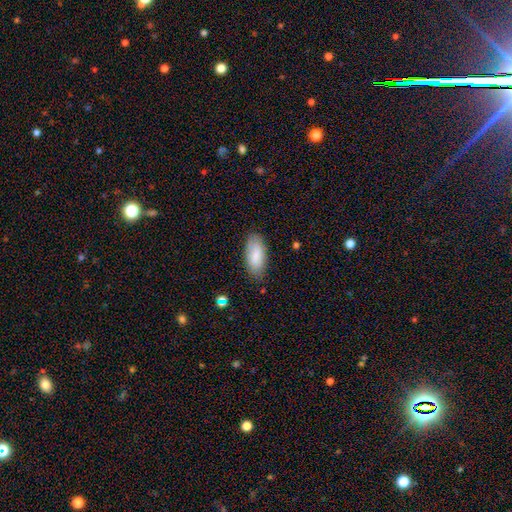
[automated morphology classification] A smooth galaxy with no disk features (80%) that is in between round and cigar-shaped (87%). Merging: none (80%).